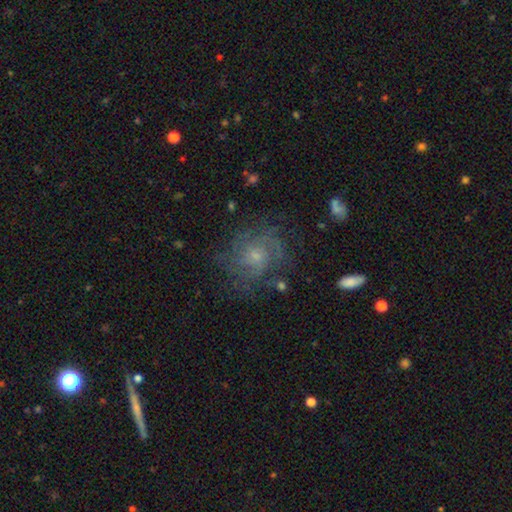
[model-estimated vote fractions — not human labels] smooth-or-featured: featured or disk: 65% | smooth: 22% | star or artifact: 14%
  disk-edge-on: no: 97% | yes: 3%
    bar: no: 78% | weak: 20% | strong: 3%
    has-spiral-arms: yes: 86% | no: 14%
      spiral-winding: tight: 50% | medium: 36% | loose: 14%
      spiral-arm-count: can't tell: 47% | 3: 15% | 2: 14% | 4: 11% | more than 4: 6% | 1: 5%
    bulge-size: small: 62% | moderate: 28% | none: 6% | large: 3% | dominant: 1%
  merging: none: 68% | minor disturbance: 17% | major disturbance: 13% | merger: 2%